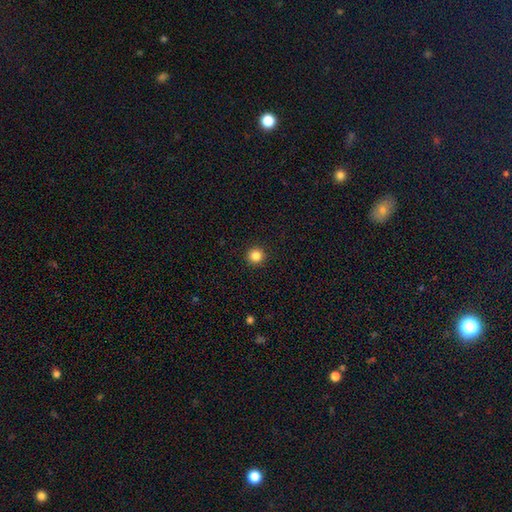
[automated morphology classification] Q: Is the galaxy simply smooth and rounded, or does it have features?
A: smooth — 84%.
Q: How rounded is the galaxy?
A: round — 96%.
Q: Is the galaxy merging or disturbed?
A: none — 93%.